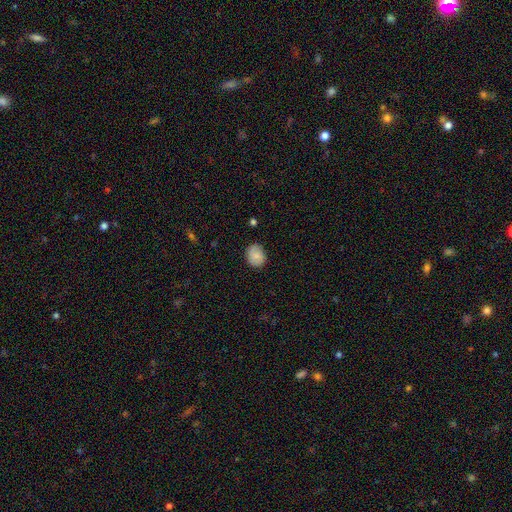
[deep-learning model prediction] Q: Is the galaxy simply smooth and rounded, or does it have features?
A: smooth — 80%.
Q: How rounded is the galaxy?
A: round — 52%.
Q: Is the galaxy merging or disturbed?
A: none — 82%.